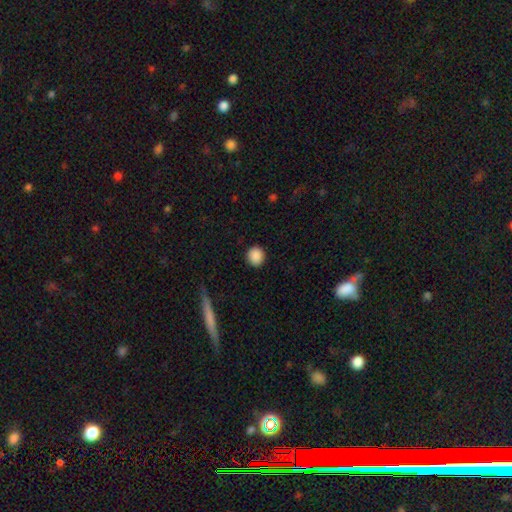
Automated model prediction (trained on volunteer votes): smooth 89%, star or artifact 8%, featured or disk 3%. Down the decision tree: how rounded — round (86%); merging — none (91%).